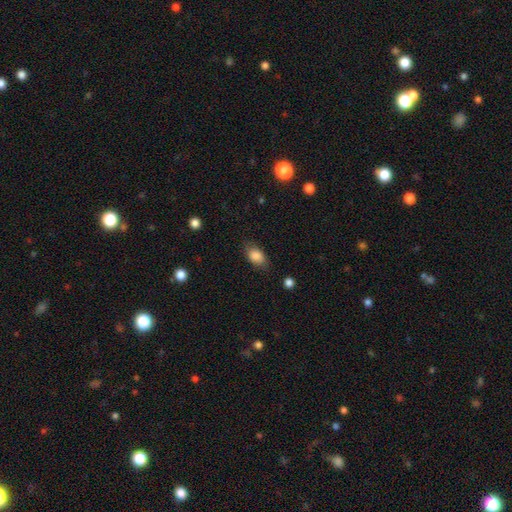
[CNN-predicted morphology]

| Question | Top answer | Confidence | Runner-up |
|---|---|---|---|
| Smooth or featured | smooth | 85% | star or artifact (8%) |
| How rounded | in between | 84% | round (14%) |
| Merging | none | 77% | minor disturbance (17%) |